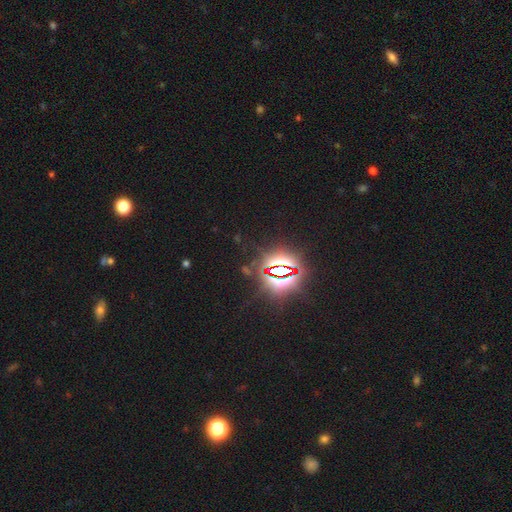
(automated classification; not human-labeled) A star or artifact, not a galaxy (82%).